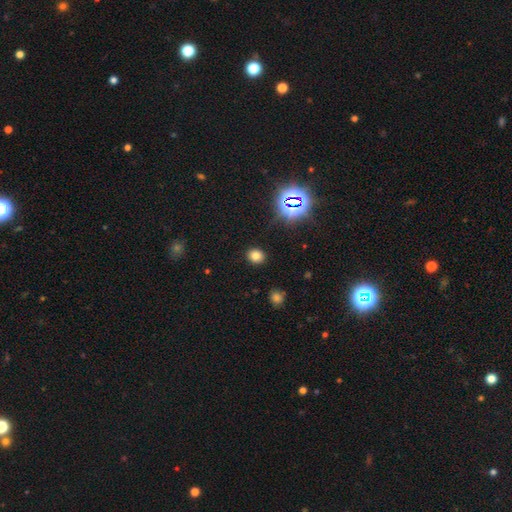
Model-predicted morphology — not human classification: Smooth or featured: smooth — 74% (star or artifact — 19%)
How rounded: round — 65% (in between — 34%)
Merging: none — 89% (minor disturbance — 7%)